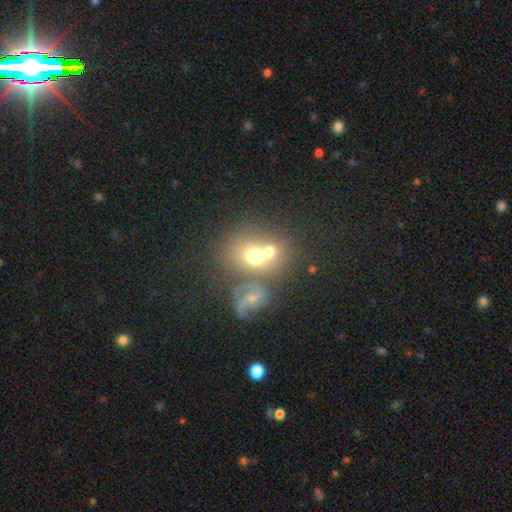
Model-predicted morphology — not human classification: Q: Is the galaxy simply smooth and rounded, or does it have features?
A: smooth — 60%.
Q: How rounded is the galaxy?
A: round — 61%.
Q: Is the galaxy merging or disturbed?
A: merger — 55%.